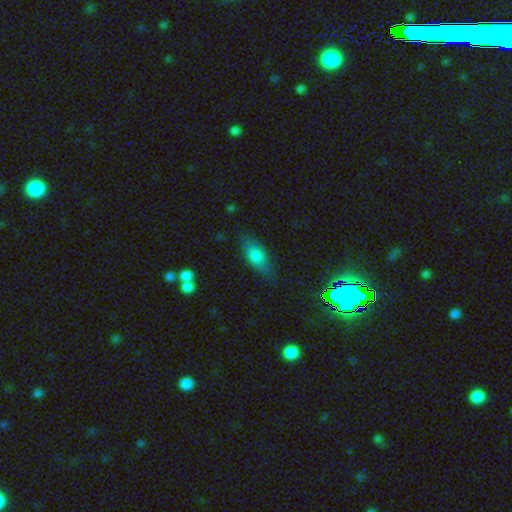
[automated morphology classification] A smooth galaxy with no disk features (77%) that is in between round and cigar-shaped (80%).

Vote fractions:
- Smooth or featured? smooth: 77% / featured or disk: 14% / star or artifact: 8%
- How rounded? in between: 80% / cigar-shaped: 16% / round: 4%
- Merging? none: 72% / minor disturbance: 20% / major disturbance: 6% / merger: 2%